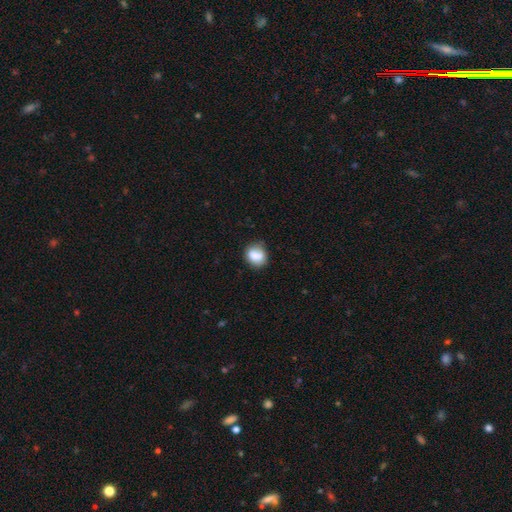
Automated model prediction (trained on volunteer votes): Smooth or featured: smooth — 80% (featured or disk — 11%)
How rounded: round — 61% (in between — 38%)
Merging: none — 66% (minor disturbance — 23%)